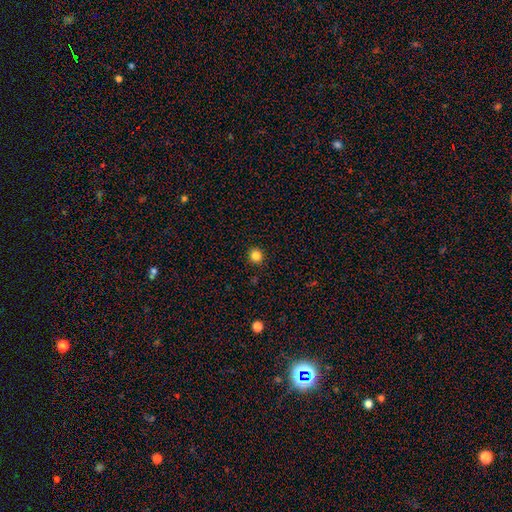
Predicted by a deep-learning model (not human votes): smooth 84%, star or artifact 12%, featured or disk 4%. Down the decision tree: how rounded — round (93%); merging — none (92%).